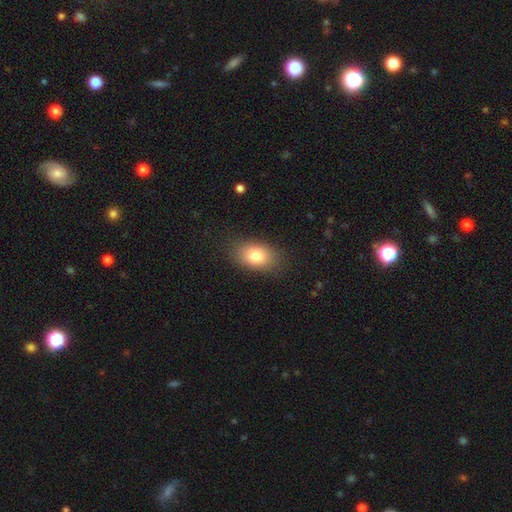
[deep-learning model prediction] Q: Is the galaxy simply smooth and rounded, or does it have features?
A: smooth — 81%.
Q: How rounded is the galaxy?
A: in between — 83%.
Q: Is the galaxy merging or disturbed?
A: none — 84%.